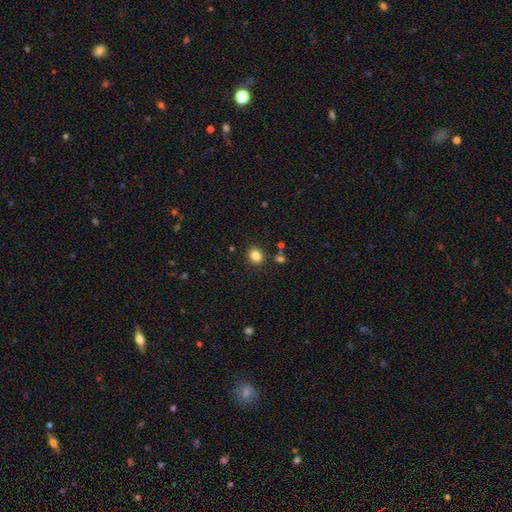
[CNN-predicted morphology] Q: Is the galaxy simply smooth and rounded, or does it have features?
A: smooth — 83%.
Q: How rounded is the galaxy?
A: round — 68%.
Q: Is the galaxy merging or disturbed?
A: none — 86%.